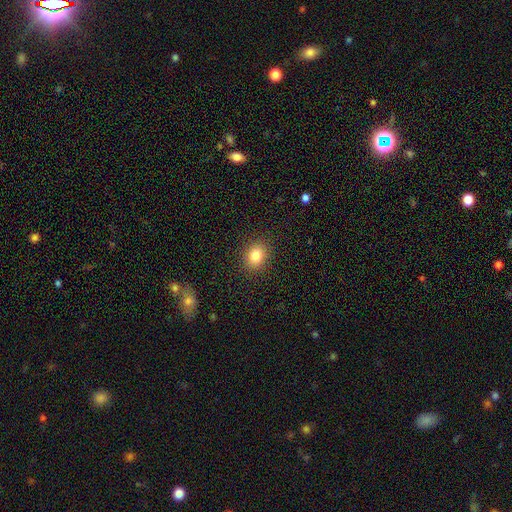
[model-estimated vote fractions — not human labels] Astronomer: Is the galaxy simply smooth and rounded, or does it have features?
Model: smooth — 82%.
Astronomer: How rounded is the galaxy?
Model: round — 52% (runner-up: in between, 47%).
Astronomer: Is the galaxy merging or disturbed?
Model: none — 89%.